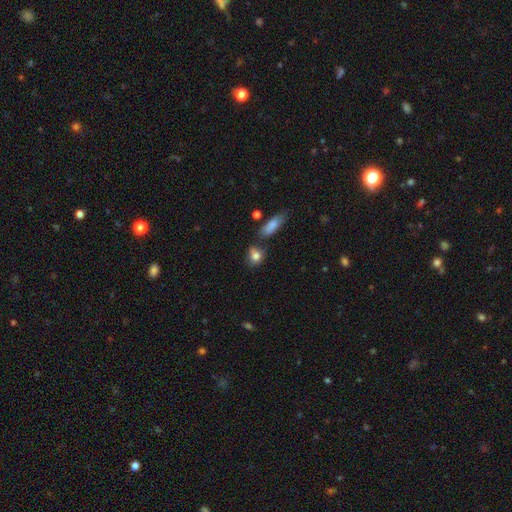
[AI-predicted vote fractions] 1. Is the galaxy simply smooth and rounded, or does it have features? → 81% smooth, 10% featured or disk, 9% star or artifact.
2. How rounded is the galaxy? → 50% round, 46% in between, 4% cigar-shaped.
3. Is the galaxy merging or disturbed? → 56% none, 22% minor disturbance, 15% merger, 7% major disturbance.